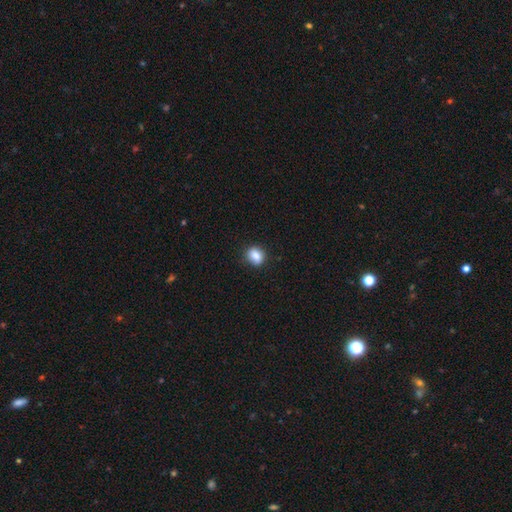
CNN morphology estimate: smooth 85%, star or artifact 9%, featured or disk 6%. Down the decision tree: how rounded — round (51%); merging — none (83%).